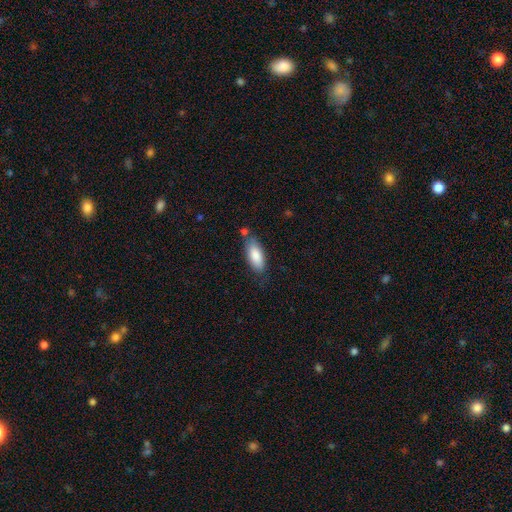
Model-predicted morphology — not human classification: A smooth galaxy with no disk features (84%) that is in between round and cigar-shaped (82%). Merging: none (69%).